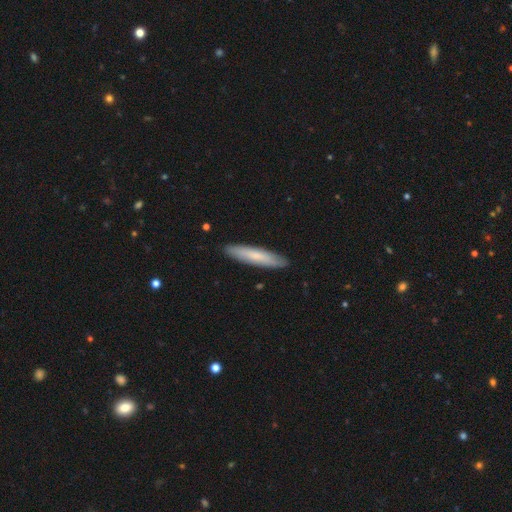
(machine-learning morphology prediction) type=smooth (70%); roundness=cigar-shaped (88%); merging=none (90%).